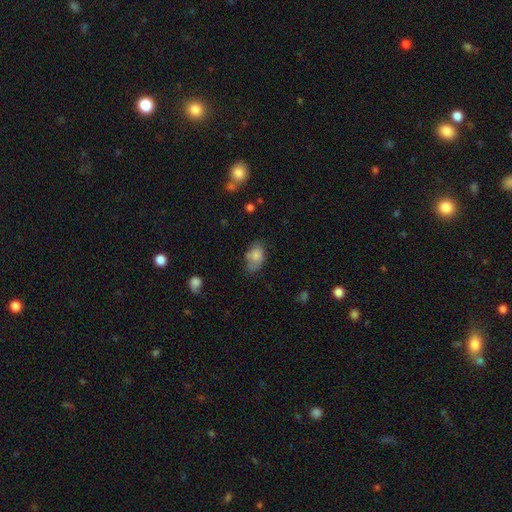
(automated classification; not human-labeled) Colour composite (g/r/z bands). It shows a smooth galaxy with no disk features (78%) that is in between round and cigar-shaped (88%). Merging: none (56%).